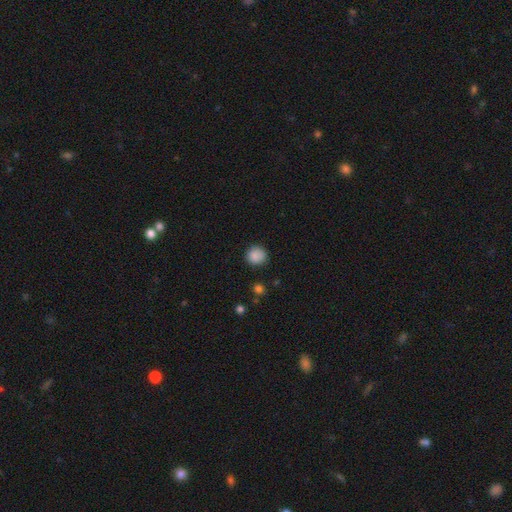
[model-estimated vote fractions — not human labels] This is clearly a smooth galaxy (87%). How rounded: clearly round (91%). Merging: clearly none (87%).